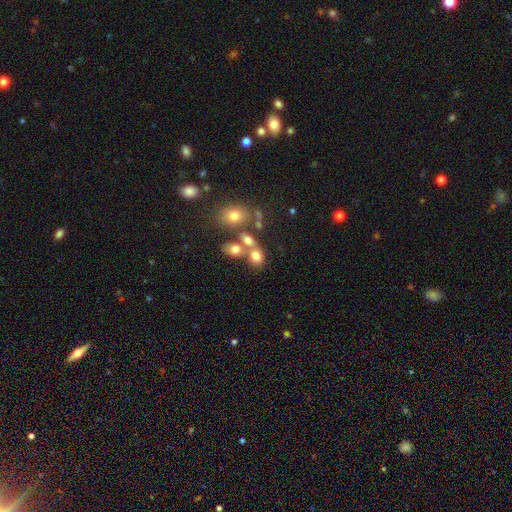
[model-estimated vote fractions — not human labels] This appears to be a smooth galaxy with no disk features (70%) that is round (54%). Merging: merger (46%).